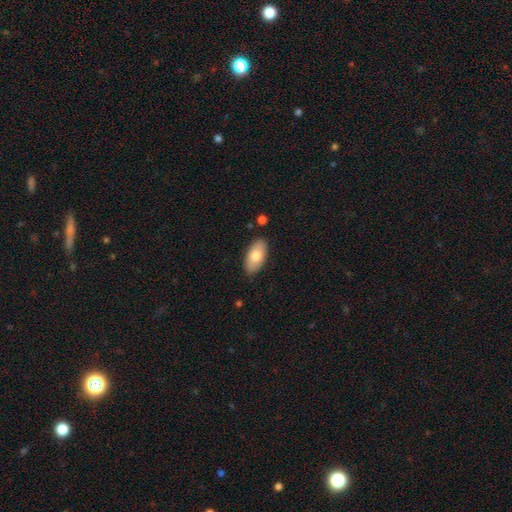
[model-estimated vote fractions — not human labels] The model was most divided on "smooth or featured": smooth: 75%, featured or disk: 20%, star or artifact: 6%. More confident: how rounded — in between (94%); merging — none (86%).